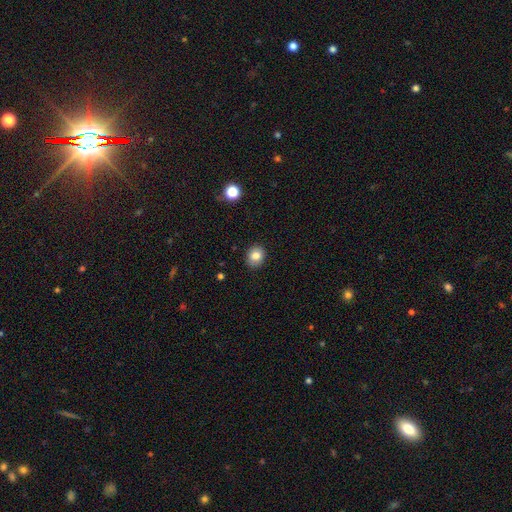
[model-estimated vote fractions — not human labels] A smooth galaxy with no disk features (82%) that is round (63%).

Vote fractions:
- Smooth or featured? smooth: 82% / star or artifact: 10% / featured or disk: 8%
- How rounded? round: 63% / in between: 36% / cigar-shaped: 1%
- Merging? none: 89% / minor disturbance: 8% / major disturbance: 2% / merger: 1%